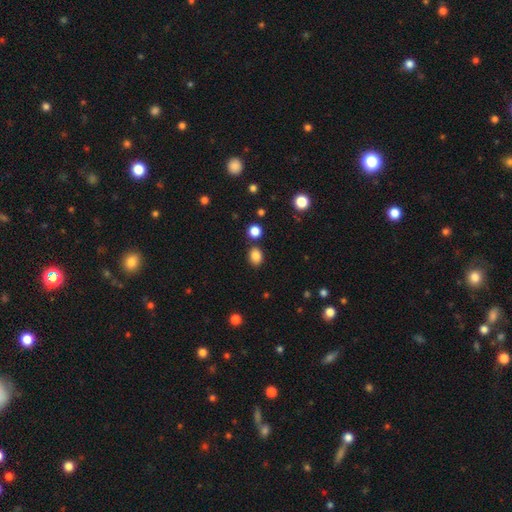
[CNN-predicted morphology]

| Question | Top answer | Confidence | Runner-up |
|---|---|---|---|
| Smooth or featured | smooth | 84% | star or artifact (11%) |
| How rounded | round | 51% | in between (48%) |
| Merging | none | 83% | minor disturbance (9%) |